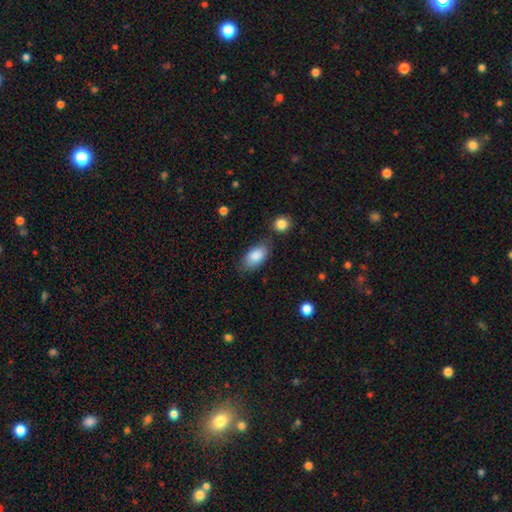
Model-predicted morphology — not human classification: smooth-or-featured: smooth: 86% | featured or disk: 7% | star or artifact: 6%
  how-rounded: in between: 93% | round: 4% | cigar-shaped: 3%
  merging: none: 67% | minor disturbance: 19% | merger: 9% | major disturbance: 5%